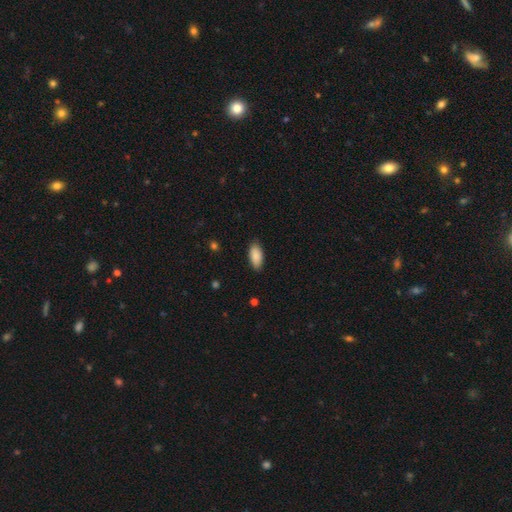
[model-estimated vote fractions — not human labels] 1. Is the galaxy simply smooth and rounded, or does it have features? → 90% smooth, 6% star or artifact, 4% featured or disk.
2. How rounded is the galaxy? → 90% in between, 8% cigar-shaped, 2% round.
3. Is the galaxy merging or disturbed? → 86% none, 11% minor disturbance, 2% major disturbance, 1% merger.